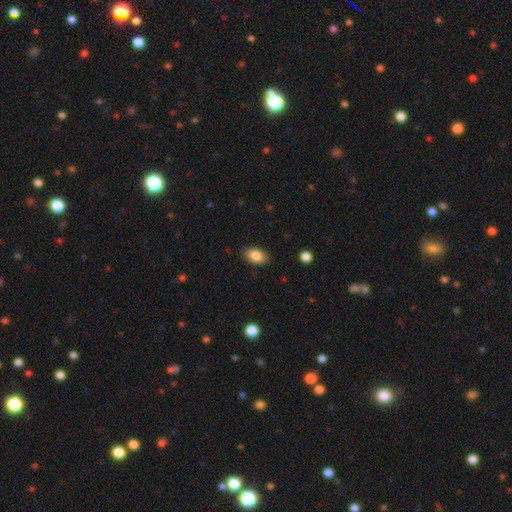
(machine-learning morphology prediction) Q: Smooth or featured?
A: smooth (86%); runner-up: star or artifact (8%)
Q: How rounded?
A: in between (87%); runner-up: round (11%)
Q: Merging?
A: none (86%); runner-up: minor disturbance (10%)